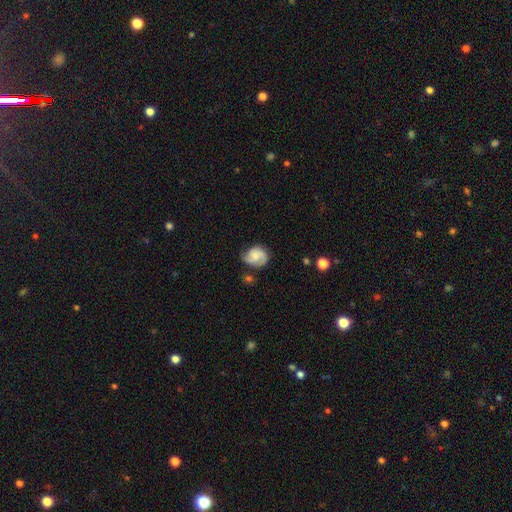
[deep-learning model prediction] A featured or disk galaxy (66%) with no bar (67%), 2 (57%) medium (44%) spiral arms (93%) and a small central bulge (47%). Merging: none (58%).